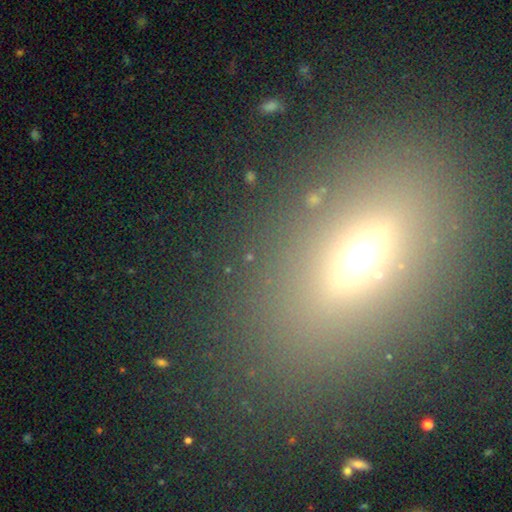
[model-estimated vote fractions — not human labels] This appears to be a smooth galaxy with no disk features (40%). Merging: none (80%).